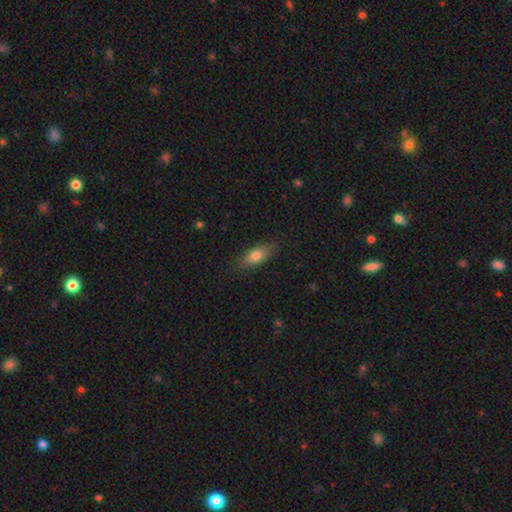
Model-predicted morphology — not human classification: A smooth galaxy with no disk features (75%) that is in between round and cigar-shaped (74%). Merging: none (82%).